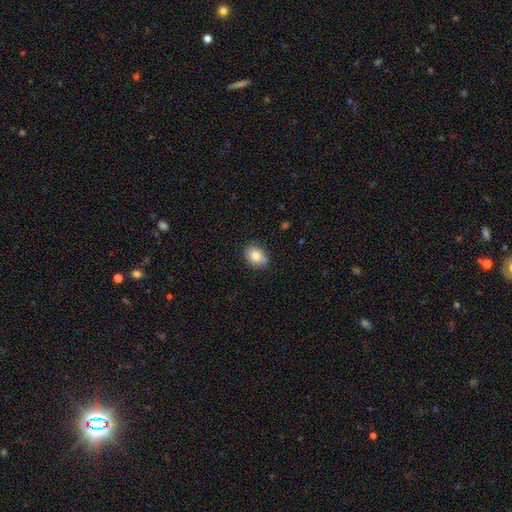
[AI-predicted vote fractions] Smooth or featured?
  - smooth: 85% *
  - star or artifact: 8%
  - featured or disk: 7%
How rounded?
  - in between: 56% *
  - round: 43%
  - cigar-shaped: 1%
Merging?
  - none: 75% *
  - minor disturbance: 18%
  - merger: 4%
  - major disturbance: 3%